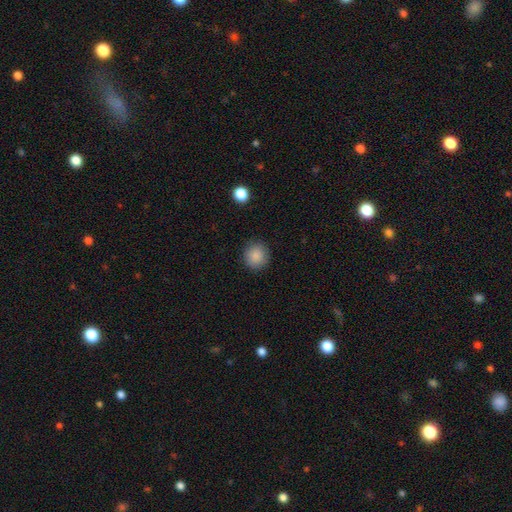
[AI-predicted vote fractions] This is clearly a smooth galaxy (87%). How rounded: clearly round (91%). Merging: clearly none (90%).